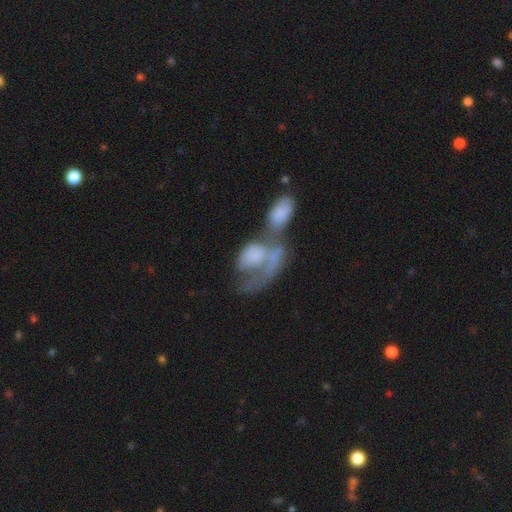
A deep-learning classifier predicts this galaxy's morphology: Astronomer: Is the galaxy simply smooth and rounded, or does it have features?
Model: smooth — 49% (runner-up: featured or disk, 43%).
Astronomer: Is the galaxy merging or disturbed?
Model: merger — 62%.